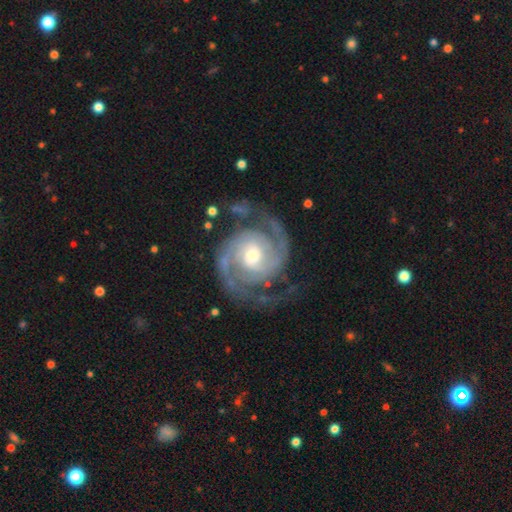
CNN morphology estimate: Smooth or featured? Predicted: featured or disk (p=0.92). Edge-on disk? Predicted: no (p=0.98). Bar? Predicted: no (p=0.57). Spiral arms? Predicted: yes (p=0.98). Spiral winding? Predicted: tight (p=0.55). Spiral arm count? Predicted: 2 (p=0.77). Bulge size? Predicted: moderate (p=0.59). Merging? Predicted: none (p=0.72).